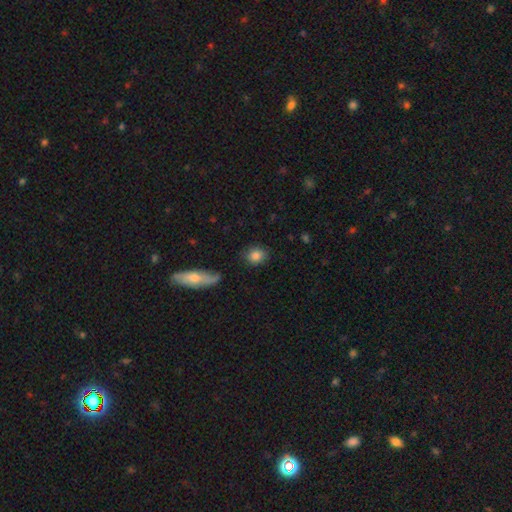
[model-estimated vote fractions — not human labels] A smooth galaxy with no disk features (84%) that is round (66%). Merging: none (82%).